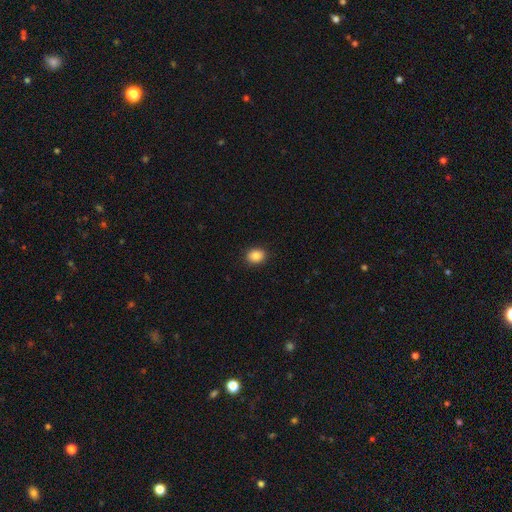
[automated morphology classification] A smooth galaxy with no disk features (87%) that is in between round and cigar-shaped (54%).

Vote fractions:
- Smooth or featured? smooth: 87% / star or artifact: 9% / featured or disk: 4%
- How rounded? in between: 54% / round: 45% / cigar-shaped: 1%
- Merging? none: 90% / minor disturbance: 7% / major disturbance: 2% / merger: 1%